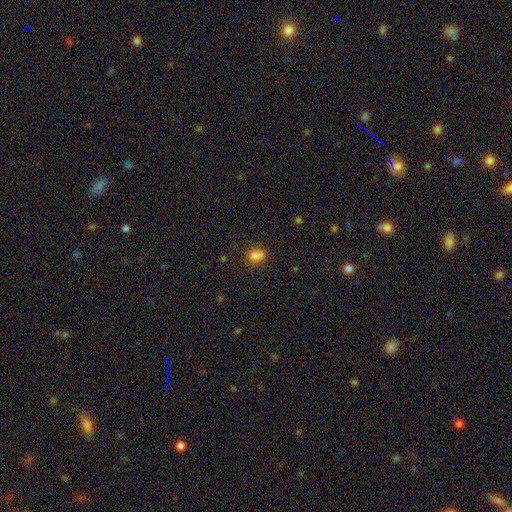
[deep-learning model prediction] Overall: smooth (71%). How rounded: round (76%). Merging: none (48%; merger 36%).